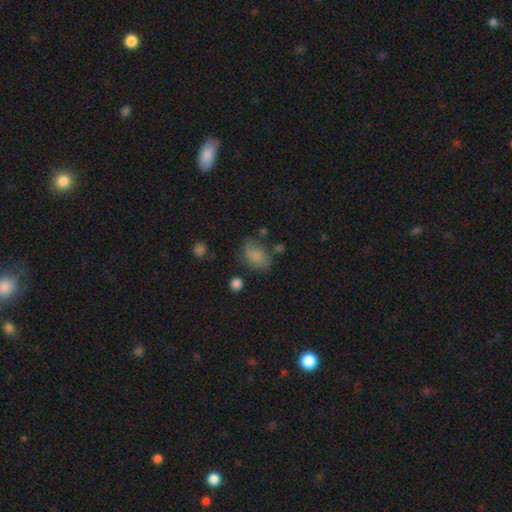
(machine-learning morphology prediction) smooth_or_featured: smooth (p=0.79) [alt: star or artifact p=0.11]
how_rounded: in between (p=0.82) [alt: round p=0.17]
merging: none (p=0.62) [alt: minor disturbance p=0.24]